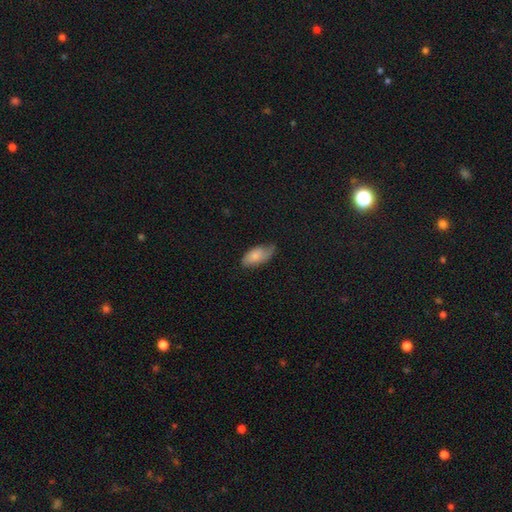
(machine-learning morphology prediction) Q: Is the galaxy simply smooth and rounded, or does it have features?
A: smooth — 75%.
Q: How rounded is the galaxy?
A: in between — 91%.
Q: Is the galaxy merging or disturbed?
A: none — 55%.